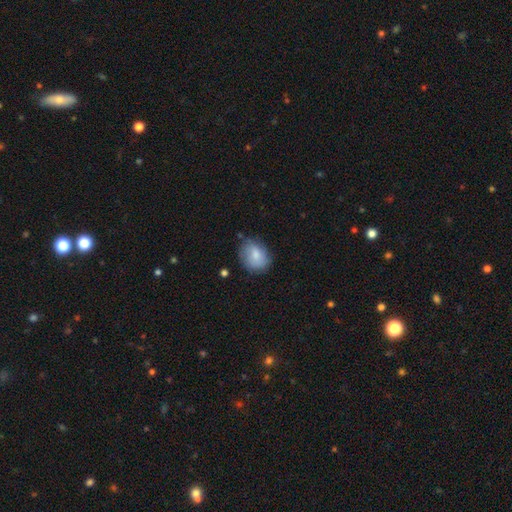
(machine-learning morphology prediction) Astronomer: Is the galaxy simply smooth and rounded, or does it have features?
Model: smooth — 75%.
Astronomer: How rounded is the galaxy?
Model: round — 54% (runner-up: in between, 45%).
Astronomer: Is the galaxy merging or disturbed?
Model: none — 70%.